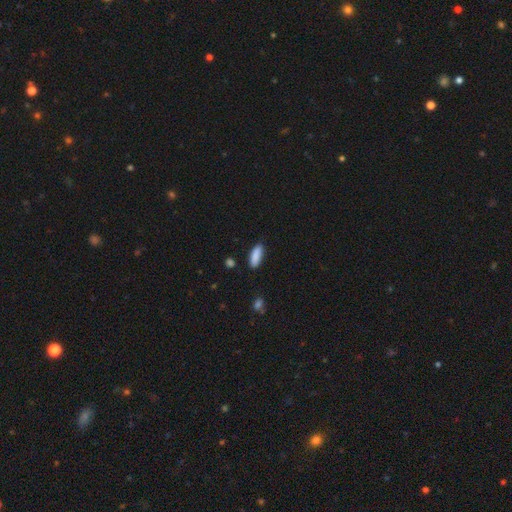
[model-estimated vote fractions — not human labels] Smooth or featured? smooth (89%)
How rounded? in between (66%)
Merging? none (84%)